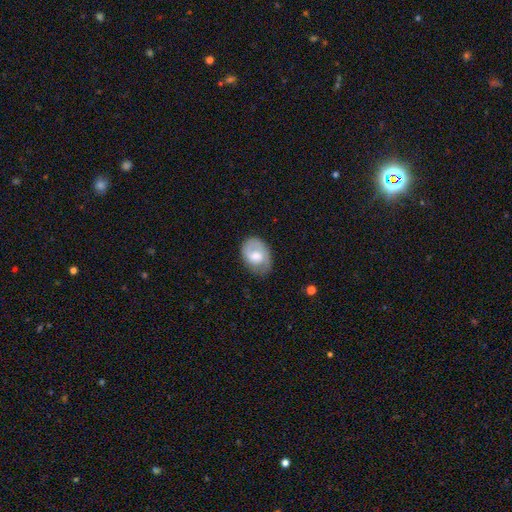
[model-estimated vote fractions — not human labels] Smooth or featured?
  - smooth: 54% *
  - featured or disk: 39%
  - star or artifact: 7%
How rounded?
  - in between: 77% *
  - round: 22%
  - cigar-shaped: 1%
Merging?
  - none: 70% *
  - minor disturbance: 22%
  - major disturbance: 7%
  - merger: 1%